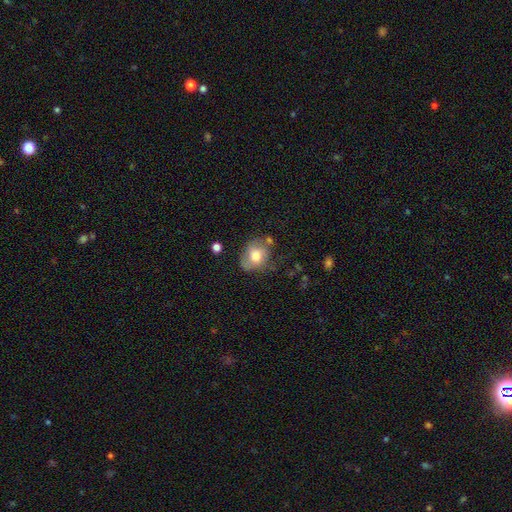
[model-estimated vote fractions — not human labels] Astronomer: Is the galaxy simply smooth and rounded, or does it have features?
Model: smooth — 70%.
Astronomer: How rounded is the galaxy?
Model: round — 50% (runner-up: in between, 49%).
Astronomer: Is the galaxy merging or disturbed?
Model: none — 52% (runner-up: minor disturbance, 28%).